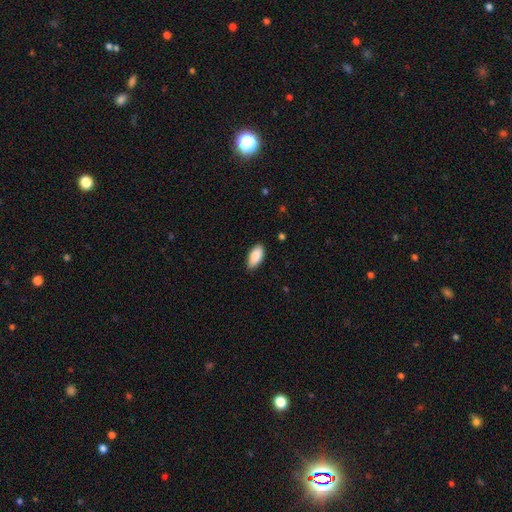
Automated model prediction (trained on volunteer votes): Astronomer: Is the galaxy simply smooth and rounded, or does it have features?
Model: smooth — 89%.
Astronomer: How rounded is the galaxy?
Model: in between — 93%.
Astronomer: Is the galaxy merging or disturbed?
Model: none — 84%.